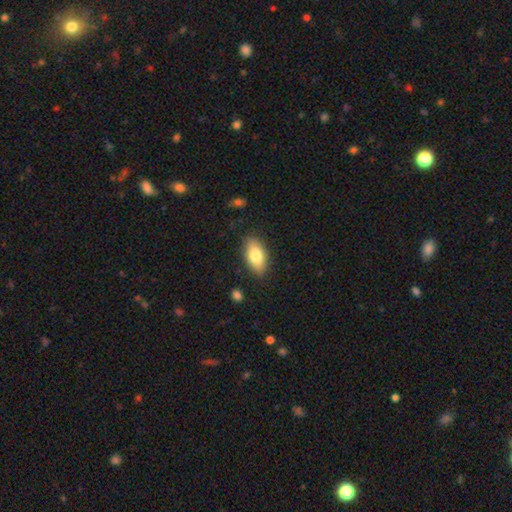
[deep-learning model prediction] This is likely a smooth galaxy (77%). How rounded: clearly in between (88%). Merging: clearly none (84%).